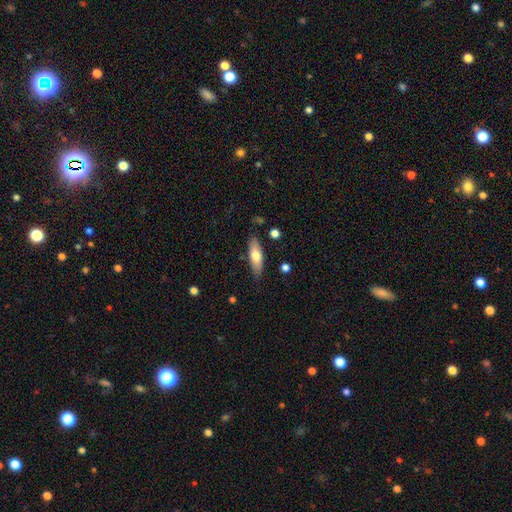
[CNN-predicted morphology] Smooth or featured: smooth — 67% (featured or disk — 26%)
How rounded: in between — 59% (cigar-shaped — 39%)
Merging: none — 82% (minor disturbance — 13%)